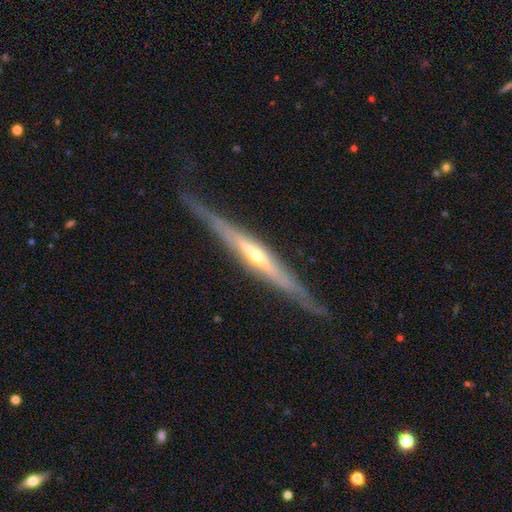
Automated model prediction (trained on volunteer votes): This is clearly a featured or disk galaxy (81%). It is clearly viewed edge-on (95%). Edge-on bulge: likely rounded (62%). Merging: clearly none (81%).